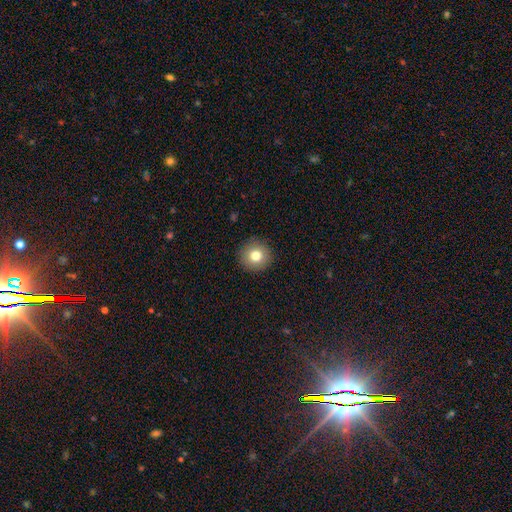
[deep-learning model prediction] Smooth or featured: smooth — 79% (star or artifact — 11%)
How rounded: round — 94% (in between — 5%)
Merging: none — 92% (minor disturbance — 5%)